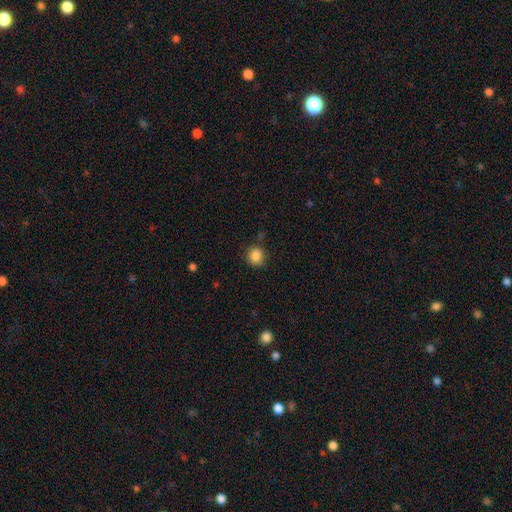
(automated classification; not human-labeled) Smooth or featured?
  - smooth: 86% *
  - star or artifact: 10%
  - featured or disk: 4%
How rounded?
  - round: 84% *
  - in between: 15%
  - cigar-shaped: 1%
Merging?
  - none: 82% *
  - minor disturbance: 12%
  - major disturbance: 3%
  - merger: 3%